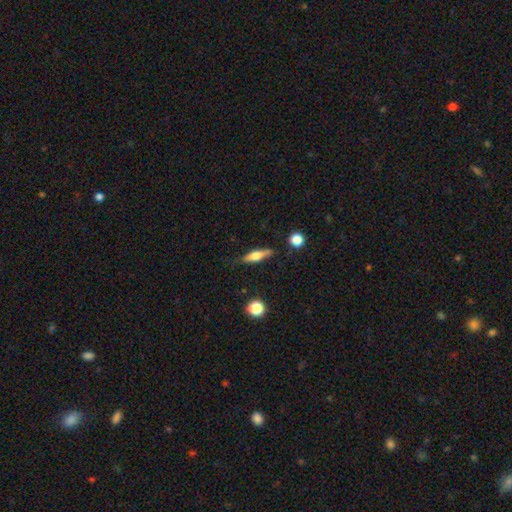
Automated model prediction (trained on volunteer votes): Q: Smooth or featured?
A: smooth (49%); runner-up: featured or disk (44%)
Q: Merging?
A: none (79%); runner-up: minor disturbance (15%)